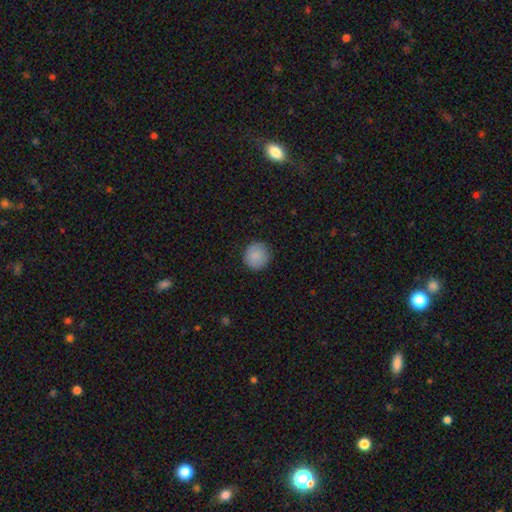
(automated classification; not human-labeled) The model was most divided on "smooth or featured": smooth: 88%, star or artifact: 8%, featured or disk: 4%. More confident: how rounded — round (94%); merging — none (90%).